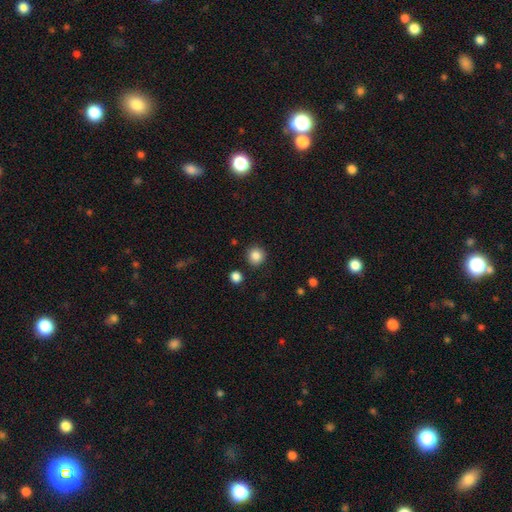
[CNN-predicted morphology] Smooth or featured: smooth — 86% (star or artifact — 10%)
How rounded: round — 93% (in between — 6%)
Merging: none — 89% (minor disturbance — 6%)